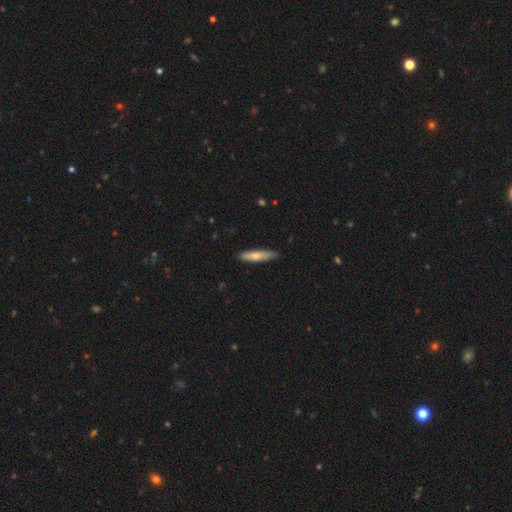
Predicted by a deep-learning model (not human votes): The model was most divided on "smooth or featured": smooth: 74%, featured or disk: 21%, star or artifact: 5%. More confident: merging — none (85%); how rounded — cigar-shaped (81%).